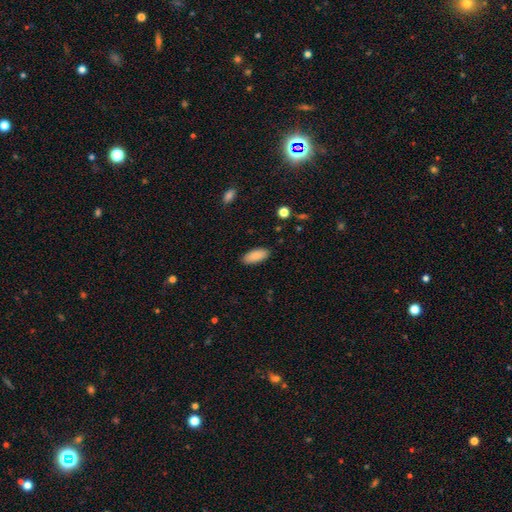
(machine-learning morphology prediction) smooth 88%, star or artifact 7%, featured or disk 5%. Down the decision tree: how rounded — in between (87%); merging — none (88%).